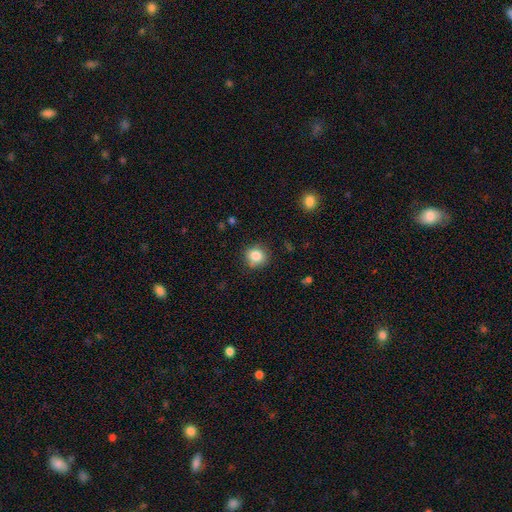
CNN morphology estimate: A smooth galaxy with no disk features (84%) that is round (85%).

Vote fractions:
- Smooth or featured? smooth: 84% / star or artifact: 10% / featured or disk: 5%
- How rounded? round: 85% / in between: 14% / cigar-shaped: 1%
- Merging? none: 83% / minor disturbance: 12% / major disturbance: 3% / merger: 2%